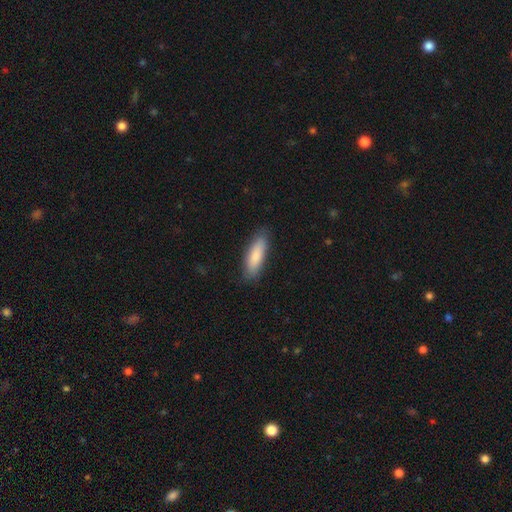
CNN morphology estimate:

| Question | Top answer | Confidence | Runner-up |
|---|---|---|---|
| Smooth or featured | smooth | 84% | featured or disk (10%) |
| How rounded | in between | 53% | cigar-shaped (46%) |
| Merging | none | 83% | minor disturbance (13%) |